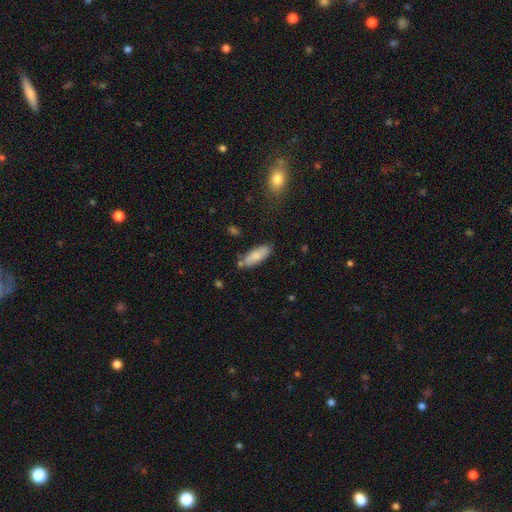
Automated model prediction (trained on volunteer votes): Smooth or featured? smooth (79%)
How rounded? in between (68%)
Merging? none (74%)